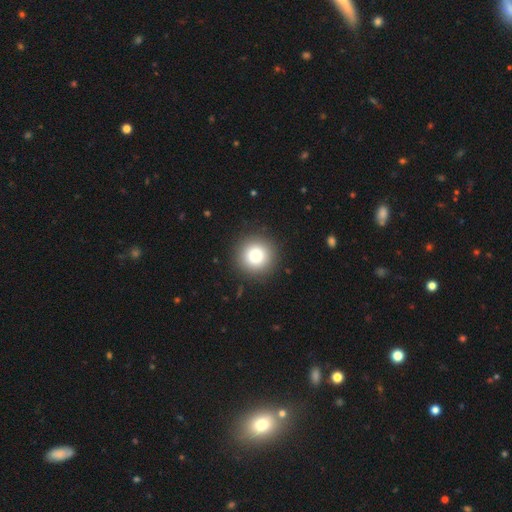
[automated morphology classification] The model was most divided on "smooth or featured": smooth: 80%, star or artifact: 11%, featured or disk: 9%. More confident: how rounded — round (96%); merging — none (91%).